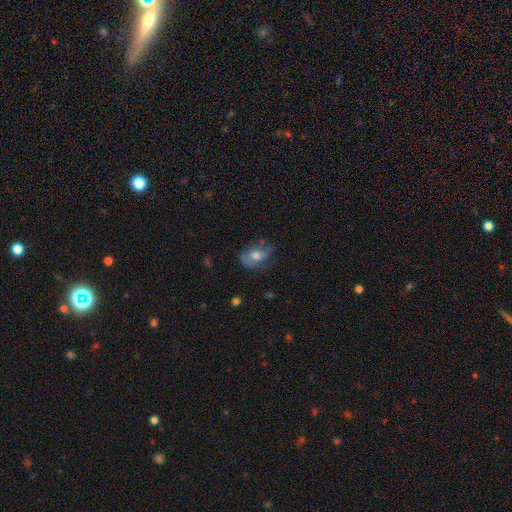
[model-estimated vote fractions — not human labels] A featured or disk galaxy (48%).

Vote fractions:
- Smooth or featured? featured or disk: 48% / smooth: 41% / star or artifact: 11%
- Merging? none: 50% / minor disturbance: 28% / major disturbance: 20% / merger: 2%